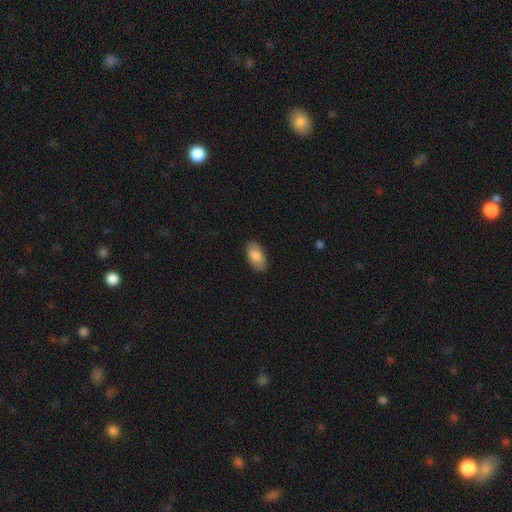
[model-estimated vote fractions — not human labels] Smooth or featured? Predicted: smooth (p=0.86). How rounded? Predicted: in between (p=0.94). Merging? Predicted: none (p=0.87).